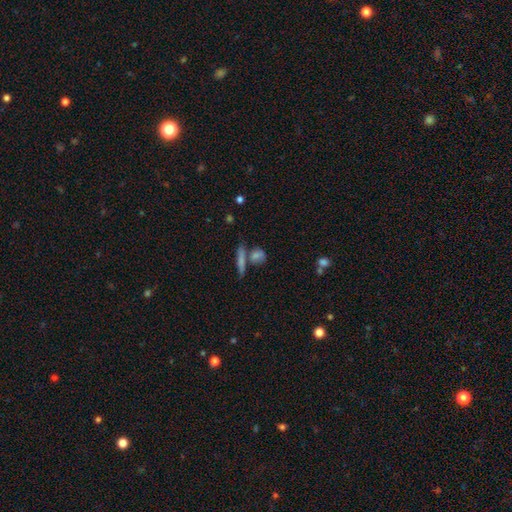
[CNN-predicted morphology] smooth-or-featured: smooth: 45% | featured or disk: 29% | star or artifact: 25%
  merging: none: 59% | merger: 23% | minor disturbance: 11% | major disturbance: 7%